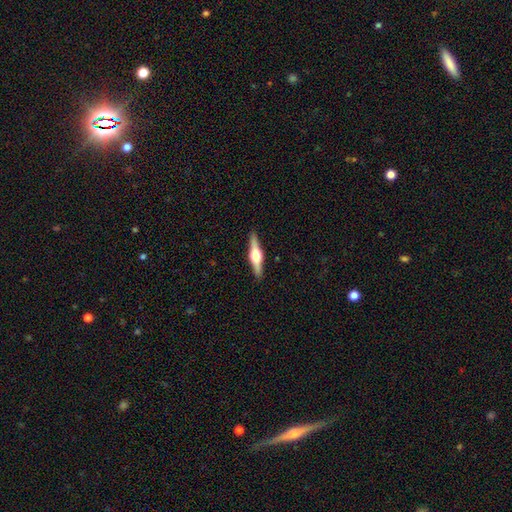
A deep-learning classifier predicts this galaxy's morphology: Smooth or featured?
  - featured or disk: 76% *
  - smooth: 19%
  - star or artifact: 5%
Edge-on disk?
  - yes: 98% *
  - no: 2%
Edge-on bulge?
  - rounded: 94% *
  - boxy: 4%
  - none: 1%
Merging?
  - none: 91% *
  - minor disturbance: 6%
  - major disturbance: 1%
  - merger: 1%